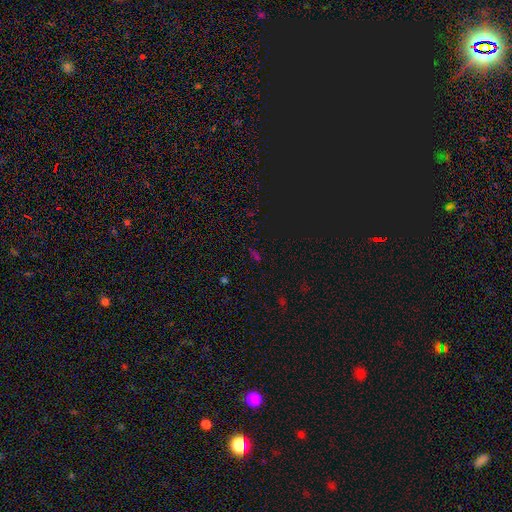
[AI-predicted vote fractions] The model was most divided on "smooth or featured": star or artifact: 62%, smooth: 29%, featured or disk: 9%.